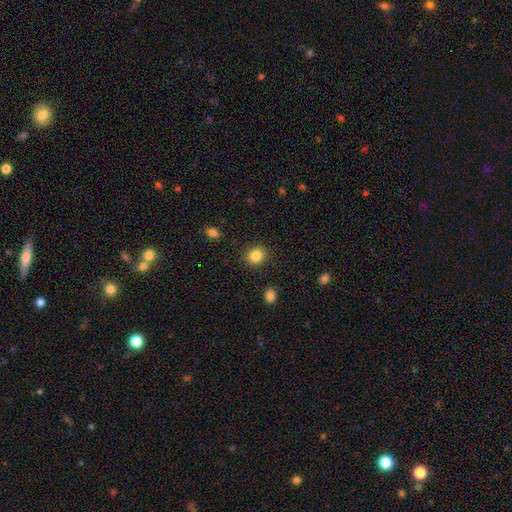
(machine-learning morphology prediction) This is clearly a smooth galaxy (86%). How rounded: clearly round (83%). Merging: clearly none (90%).